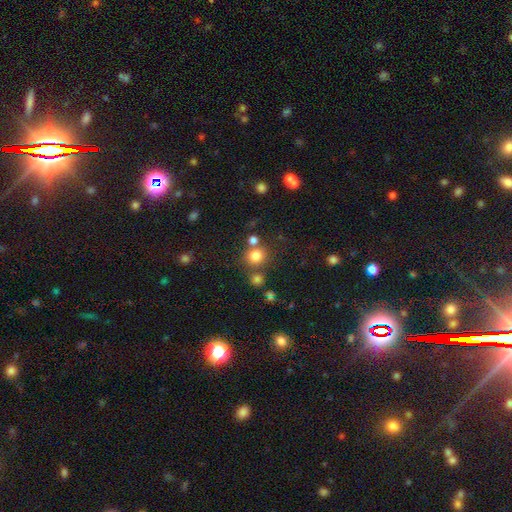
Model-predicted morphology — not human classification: A smooth galaxy with no disk features (78%) that is round (87%).

Vote fractions:
- Smooth or featured? smooth: 78% / star or artifact: 15% / featured or disk: 7%
- How rounded? round: 87% / in between: 12% / cigar-shaped: 1%
- Merging? none: 69% / merger: 17% / minor disturbance: 9% / major disturbance: 4%